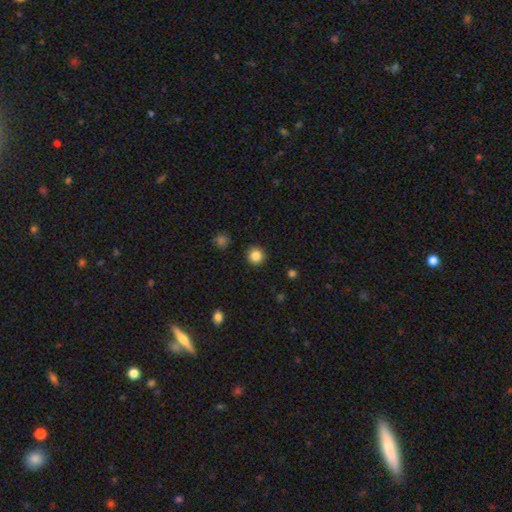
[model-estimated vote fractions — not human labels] A smooth galaxy with no disk features (85%) that is round (94%).

Vote fractions:
- Smooth or featured? smooth: 85% / star or artifact: 11% / featured or disk: 4%
- How rounded? round: 94% / in between: 5% / cigar-shaped: 1%
- Merging? none: 91% / minor disturbance: 5% / major disturbance: 2% / merger: 1%